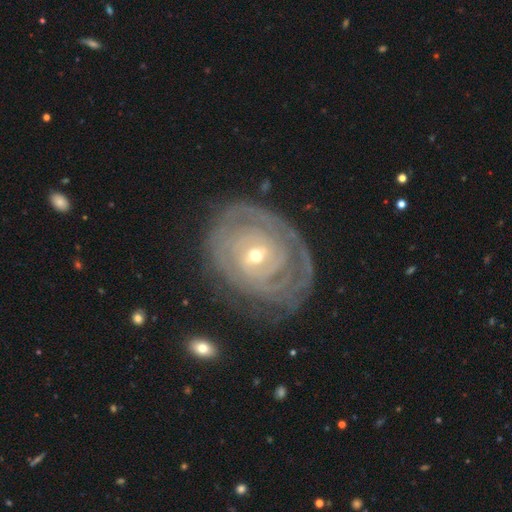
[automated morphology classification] A featured or disk galaxy (86%) with no bar (48%), tight (84%) spiral arms (93%) and a small central bulge (58%). Merging: none (72%).